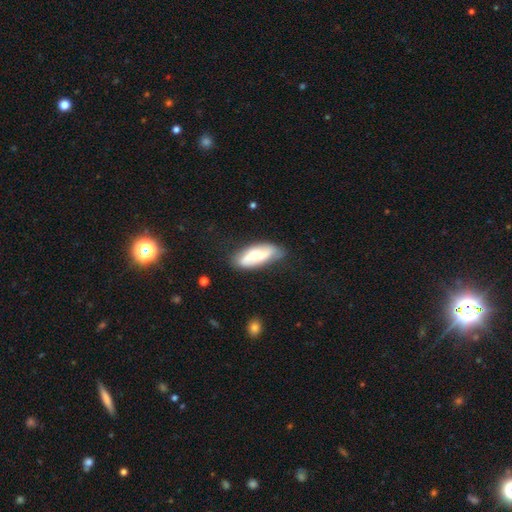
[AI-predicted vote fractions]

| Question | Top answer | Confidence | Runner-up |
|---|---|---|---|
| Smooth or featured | featured or disk | 59% | smooth (36%) |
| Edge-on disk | no | 86% | yes (14%) |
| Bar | no | 43% | weak (38%) |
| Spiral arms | yes | 84% | no (16%) |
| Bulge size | moderate | 60% | small (28%) |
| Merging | none | 77% | minor disturbance (17%) |